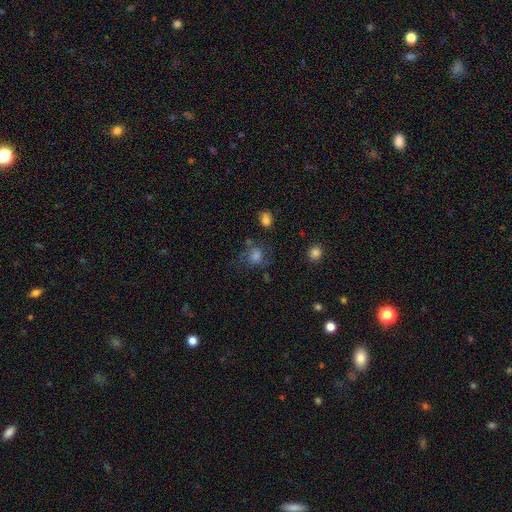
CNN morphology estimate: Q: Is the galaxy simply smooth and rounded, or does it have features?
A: smooth — 61%.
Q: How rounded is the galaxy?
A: round — 66%.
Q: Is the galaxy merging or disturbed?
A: none — 57%.